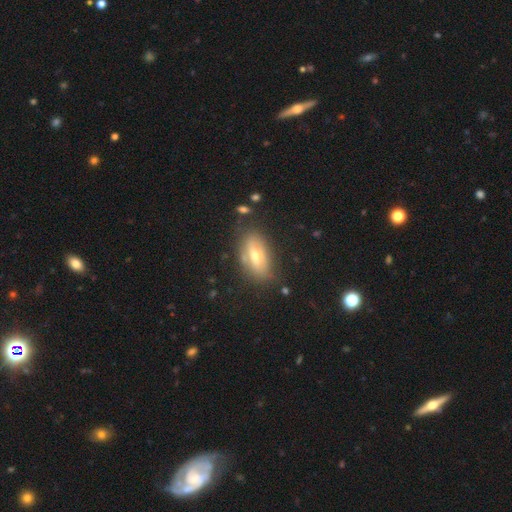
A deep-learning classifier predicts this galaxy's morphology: Smooth or featured?
  - smooth: 49% *
  - featured or disk: 42%
  - star or artifact: 9%
Merging?
  - none: 73% *
  - minor disturbance: 18%
  - major disturbance: 5%
  - merger: 4%